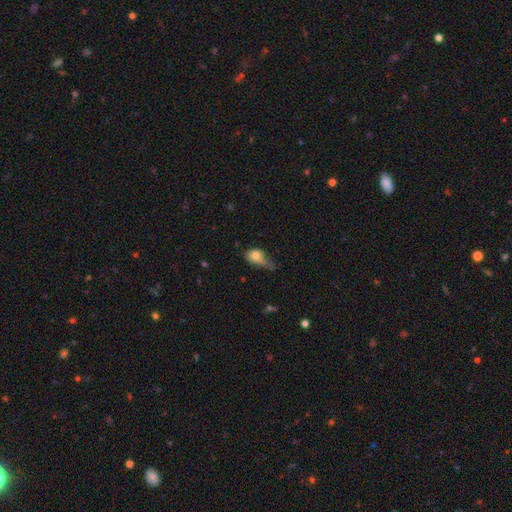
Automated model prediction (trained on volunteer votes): Morphology: type=smooth (71%); roundness=in between (64%); merging=major disturbance (40%).